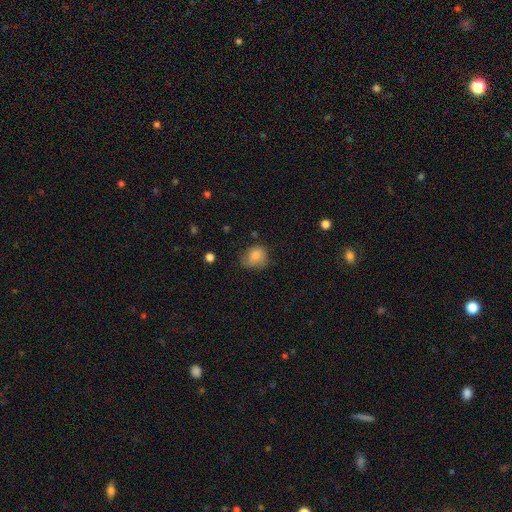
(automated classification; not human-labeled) Overall: smooth (81%). How rounded: round (60%; in between 39%). Merging: none (53%; minor disturbance 33%).